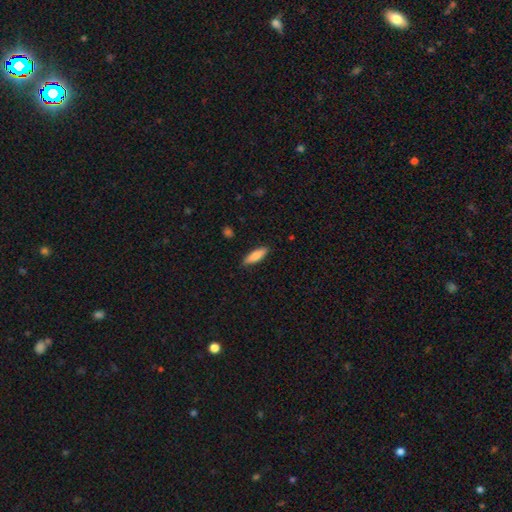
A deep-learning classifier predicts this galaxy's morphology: smooth_or_featured: smooth (p=0.77) [alt: featured or disk p=0.17]
how_rounded: in between (p=0.49) [tied with: cigar-shaped p=0.49]
merging: none (p=0.87) [alt: minor disturbance p=0.10]